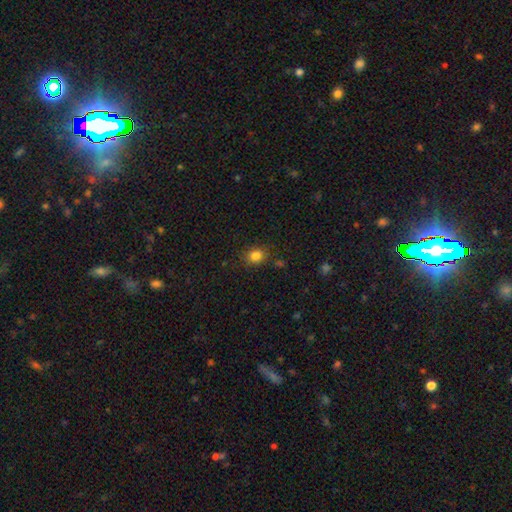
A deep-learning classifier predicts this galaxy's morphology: This appears to be a smooth galaxy with no disk features (83%) that is round (66%). Merging: none (82%).